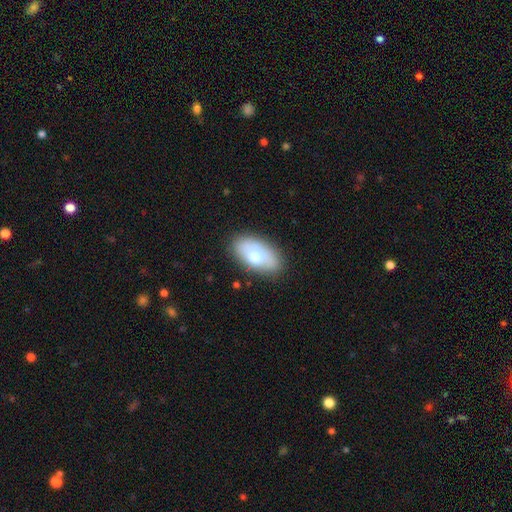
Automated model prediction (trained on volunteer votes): Smooth or featured?
  - smooth: 66% *
  - featured or disk: 27%
  - star or artifact: 7%
How rounded?
  - in between: 93% *
  - round: 5%
  - cigar-shaped: 2%
Merging?
  - none: 78% *
  - minor disturbance: 16%
  - major disturbance: 4%
  - merger: 2%